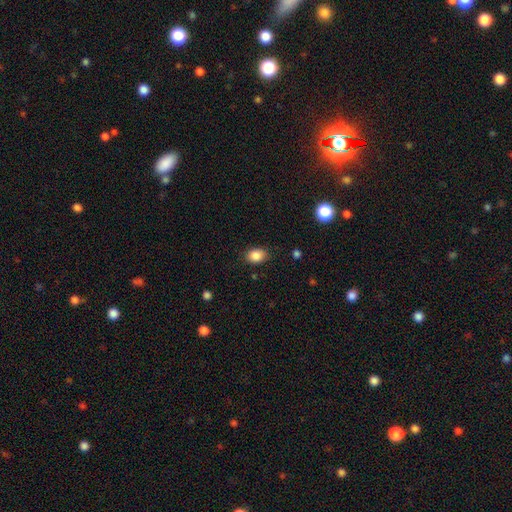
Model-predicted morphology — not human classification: Overall: smooth (87%). How rounded: in between (69%; round 30%). Merging: none (84%).